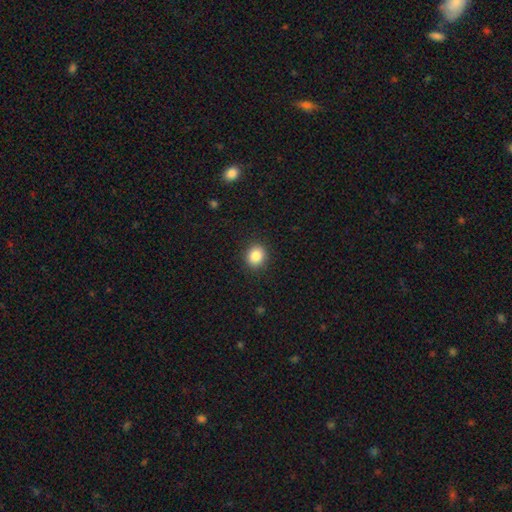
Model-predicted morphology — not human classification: A smooth galaxy with no disk features (87%) that is round (78%). Merging: none (90%).